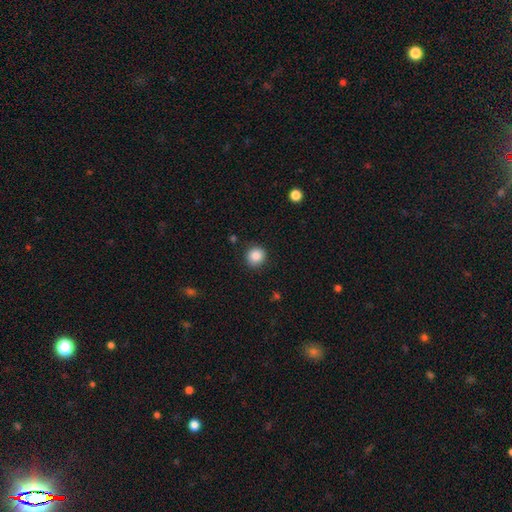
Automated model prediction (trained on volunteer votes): This is clearly a smooth galaxy (87%). How rounded: clearly round (91%). Merging: clearly none (89%).